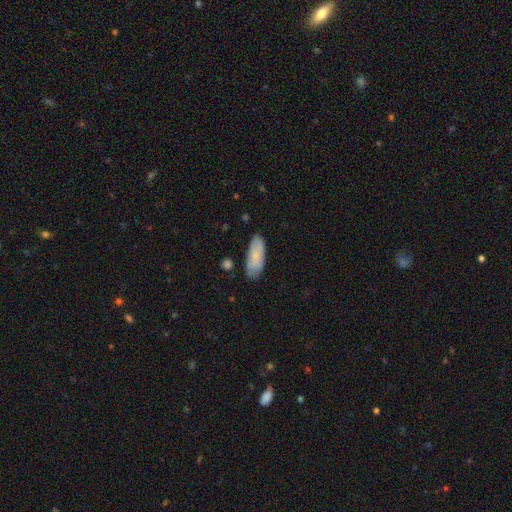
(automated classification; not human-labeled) A smooth galaxy with no disk features (76%) that is in between round and cigar-shaped (79%).

Vote fractions:
- Smooth or featured? smooth: 76% / featured or disk: 17% / star or artifact: 6%
- How rounded? in between: 79% / cigar-shaped: 19% / round: 2%
- Merging? none: 75% / minor disturbance: 18% / major disturbance: 3% / merger: 3%